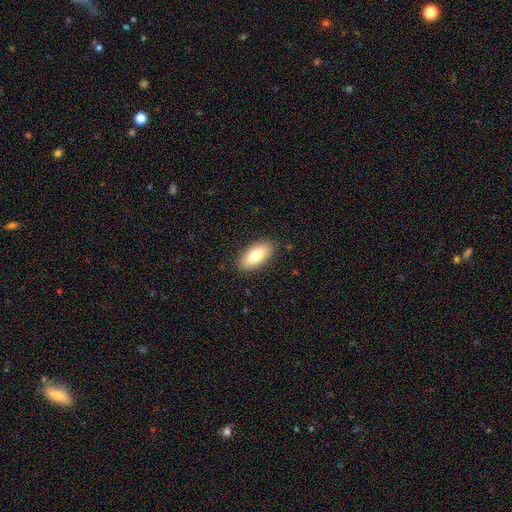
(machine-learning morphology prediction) A smooth galaxy with no disk features (77%) that is in between round and cigar-shaped (91%). Merging: none (88%).